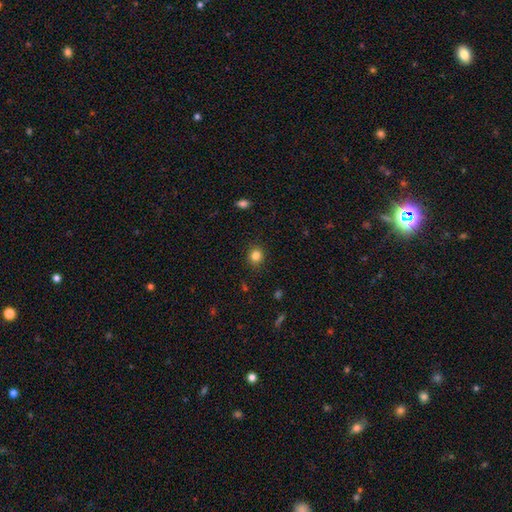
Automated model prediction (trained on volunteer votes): Q: Smooth or featured?
A: smooth (84%); runner-up: star or artifact (11%)
Q: How rounded?
A: round (82%); runner-up: in between (18%)
Q: Merging?
A: none (89%); runner-up: minor disturbance (8%)